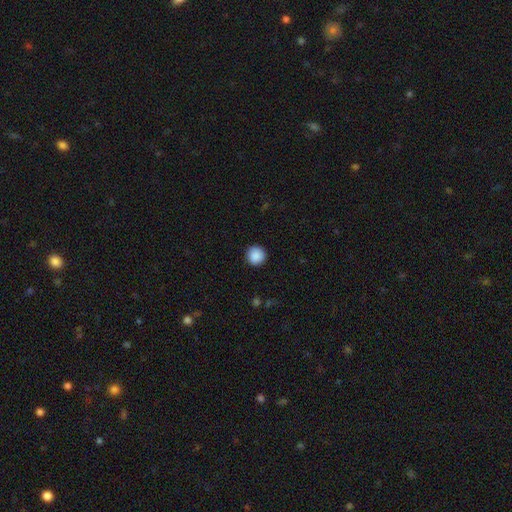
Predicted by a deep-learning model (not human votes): The model was most divided on "smooth or featured": smooth: 89%, star or artifact: 8%, featured or disk: 3%. More confident: how rounded — round (95%); merging — none (91%).